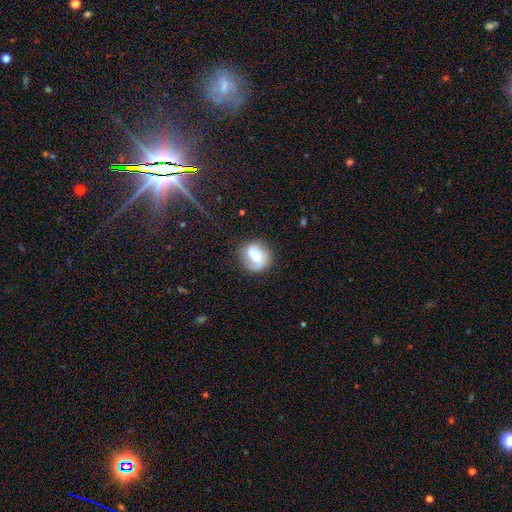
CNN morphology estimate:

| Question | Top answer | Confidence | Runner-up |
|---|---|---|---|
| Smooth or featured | featured or disk | 63% | smooth (30%) |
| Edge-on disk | no | 97% | yes (3%) |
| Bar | weak | 45% | no (38%) |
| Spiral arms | yes | 91% | no (9%) |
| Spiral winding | medium | 40% | loose (38%) |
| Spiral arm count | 2 | 60% | 1 (31%) |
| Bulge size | moderate | 54% | small (31%) |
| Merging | none | 74% | minor disturbance (17%) |